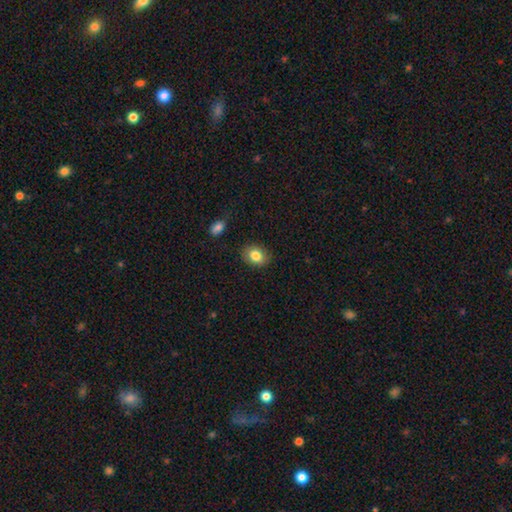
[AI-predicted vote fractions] Morphology: type=smooth (83%); roundness=in between (65%); merging=none (85%).